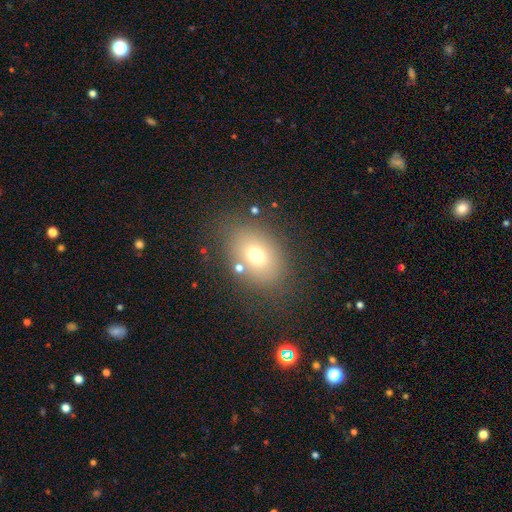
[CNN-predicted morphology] Smooth or featured? smooth (70%)
How rounded? in between (71%)
Merging? none (77%)